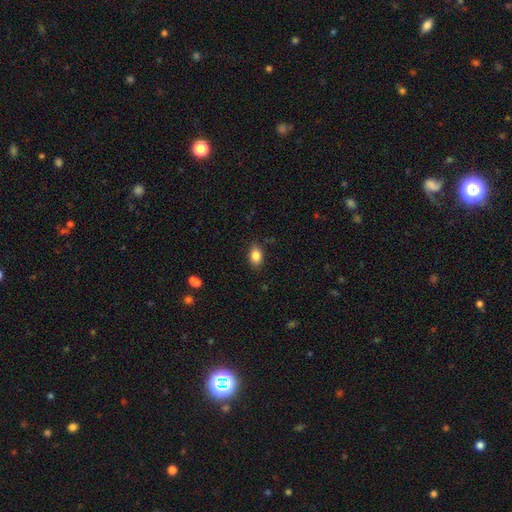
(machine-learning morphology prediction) Overall: smooth (85%). How rounded: in between (81%). Merging: none (84%).